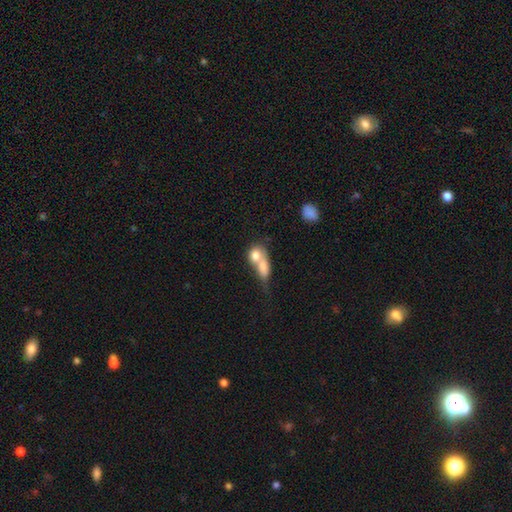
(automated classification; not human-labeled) A smooth galaxy with no disk features (74%) that is in between round and cigar-shaped (50%).

Vote fractions:
- Smooth or featured? smooth: 74% / featured or disk: 18% / star or artifact: 8%
- How rounded? in between: 50% / round: 44% / cigar-shaped: 6%
- Merging? merger: 70% / none: 17% / minor disturbance: 7% / major disturbance: 6%